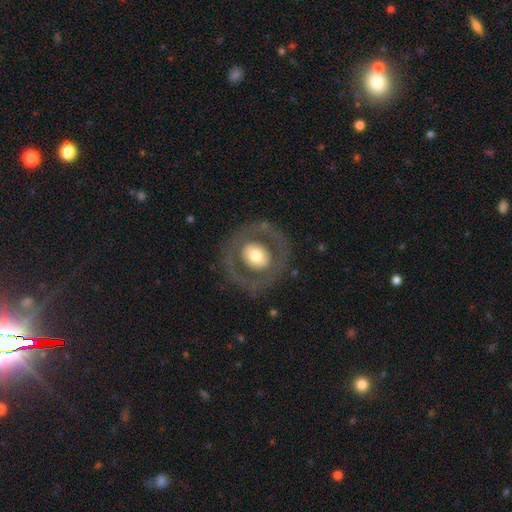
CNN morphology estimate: type=featured or disk (51%); edge-on=no (94%); merging=none (80%).